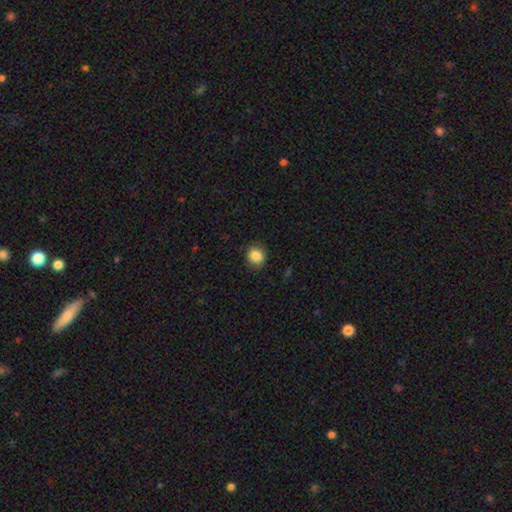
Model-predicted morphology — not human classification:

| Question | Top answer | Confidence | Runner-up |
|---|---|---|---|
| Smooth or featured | smooth | 86% | star or artifact (10%) |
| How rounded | round | 79% | in between (20%) |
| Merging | none | 87% | minor disturbance (9%) |